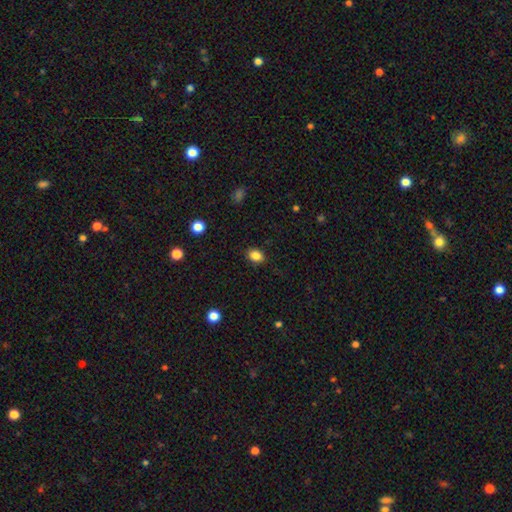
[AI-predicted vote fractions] smooth-or-featured: smooth: 86% | star or artifact: 10% | featured or disk: 4%
  how-rounded: in between: 68% | round: 31% | cigar-shaped: 1%
  merging: none: 86% | minor disturbance: 11% | major disturbance: 3% | merger: 1%